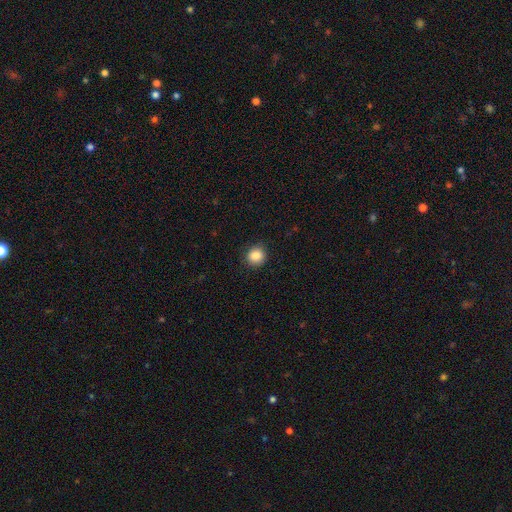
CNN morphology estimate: Smooth or featured? Predicted: smooth (p=0.86). How rounded? Predicted: round (p=0.84). Merging? Predicted: none (p=0.88).